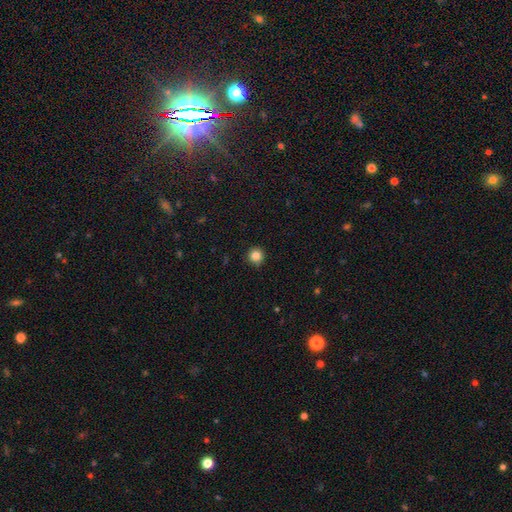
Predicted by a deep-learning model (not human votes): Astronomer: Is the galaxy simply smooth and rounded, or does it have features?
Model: smooth — 85%.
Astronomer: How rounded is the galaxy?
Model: round — 95%.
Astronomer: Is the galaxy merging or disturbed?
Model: none — 91%.